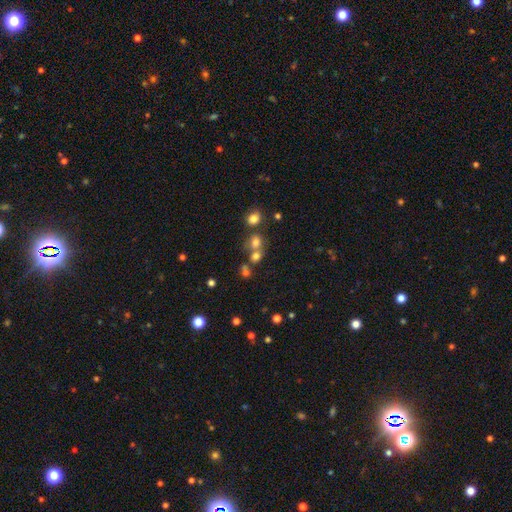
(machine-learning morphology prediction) This is likely a smooth galaxy (68%). How rounded: likely round (68%). Merging: marginally merger (44%).